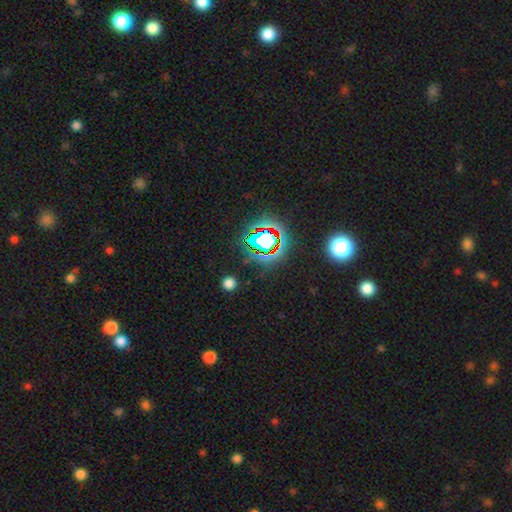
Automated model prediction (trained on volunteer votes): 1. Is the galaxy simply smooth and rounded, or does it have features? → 81% star or artifact, 12% smooth, 7% featured or disk.